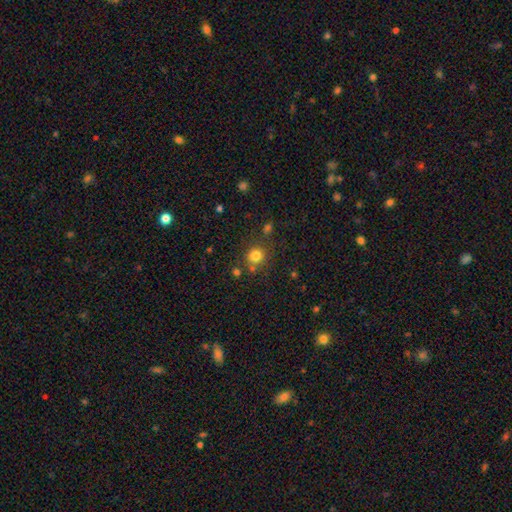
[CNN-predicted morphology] type=smooth (80%); roundness=round (86%); merging=none (77%).